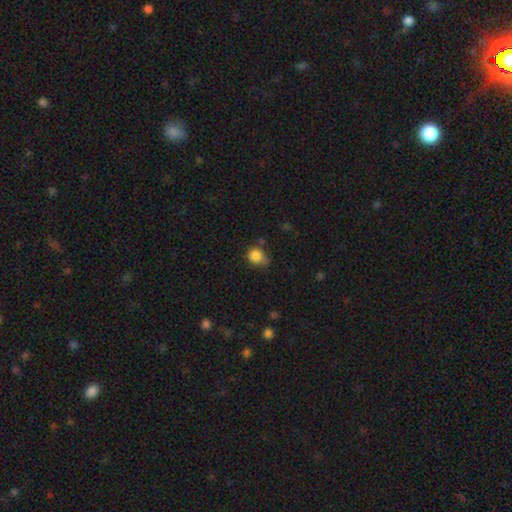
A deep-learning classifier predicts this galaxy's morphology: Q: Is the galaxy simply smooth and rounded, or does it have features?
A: smooth — 84%.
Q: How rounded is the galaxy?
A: round — 71%.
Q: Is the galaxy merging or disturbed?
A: none — 48%.